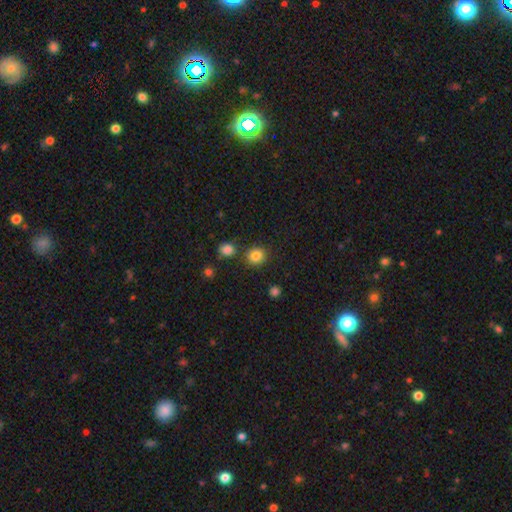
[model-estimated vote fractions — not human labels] A smooth galaxy with no disk features (84%) that is round (84%).

Vote fractions:
- Smooth or featured? smooth: 84% / star or artifact: 11% / featured or disk: 4%
- How rounded? round: 84% / in between: 15% / cigar-shaped: 1%
- Merging? none: 82% / minor disturbance: 8% / merger: 7% / major disturbance: 3%